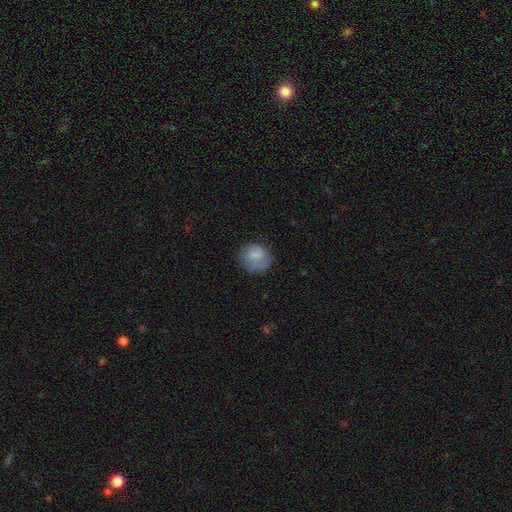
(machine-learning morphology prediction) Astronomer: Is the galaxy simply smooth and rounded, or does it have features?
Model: smooth — 75%.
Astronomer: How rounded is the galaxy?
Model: round — 79%.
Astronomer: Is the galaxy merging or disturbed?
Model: none — 65%.